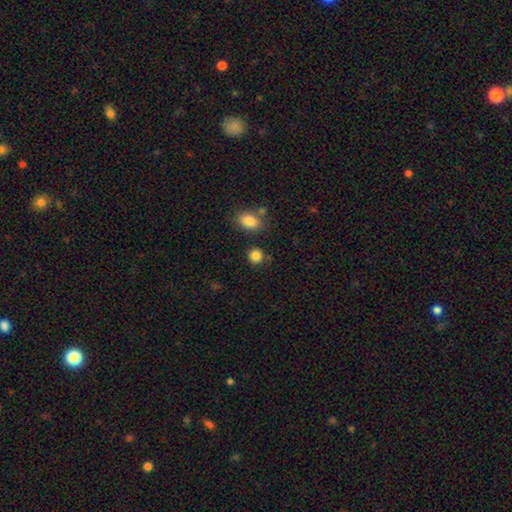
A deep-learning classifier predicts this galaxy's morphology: Q: Smooth or featured?
A: smooth (86%); runner-up: star or artifact (10%)
Q: How rounded?
A: round (85%); runner-up: in between (14%)
Q: Merging?
A: none (82%); runner-up: minor disturbance (10%)